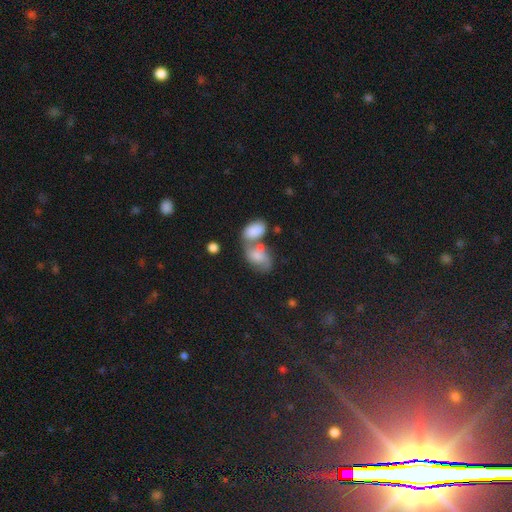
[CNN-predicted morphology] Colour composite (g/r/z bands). It shows a smooth galaxy with no disk features (57%) that is in between round and cigar-shaped (84%). Merging: merger (58%).